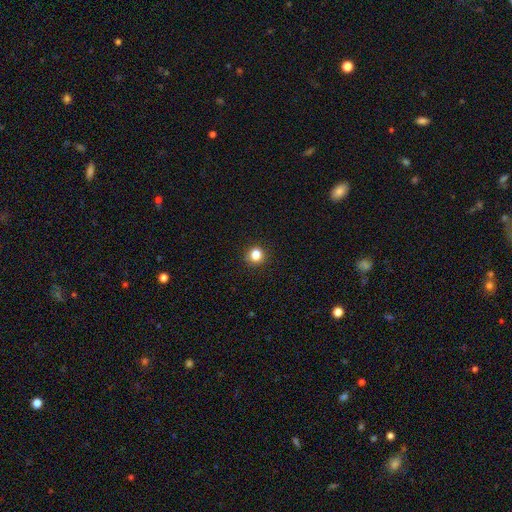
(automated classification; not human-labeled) Smooth or featured? Predicted: smooth (p=0.82). How rounded? Predicted: round (p=0.92). Merging? Predicted: none (p=0.92).